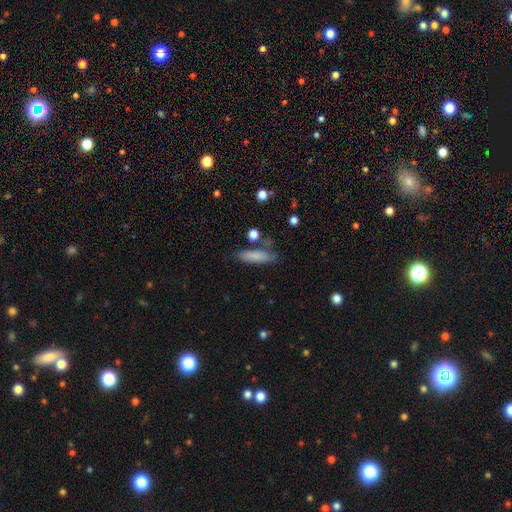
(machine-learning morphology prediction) type=smooth (80%); roundness=cigar-shaped (59%); merging=none (69%).